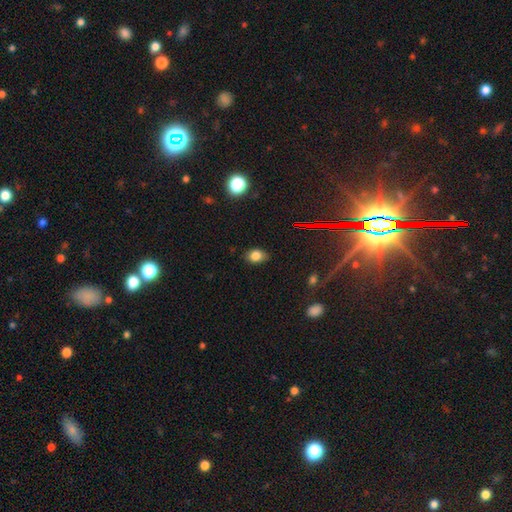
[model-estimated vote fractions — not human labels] Smooth or featured?
  - smooth: 81% *
  - star or artifact: 13%
  - featured or disk: 7%
How rounded?
  - in between: 70% *
  - round: 29%
  - cigar-shaped: 1%
Merging?
  - none: 80% *
  - minor disturbance: 16%
  - major disturbance: 3%
  - merger: 1%